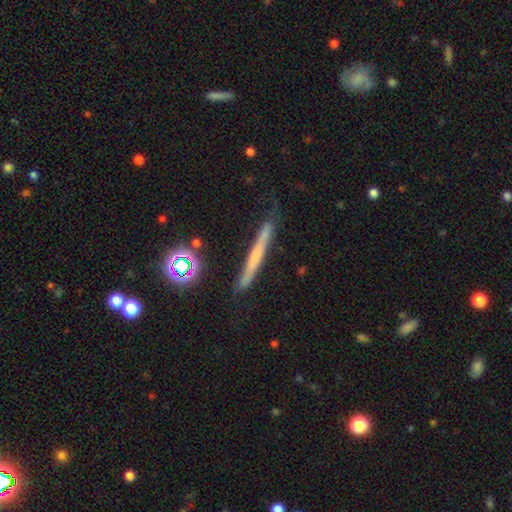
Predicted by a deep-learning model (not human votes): A featured or disk galaxy (46%). Merging: none (80%).